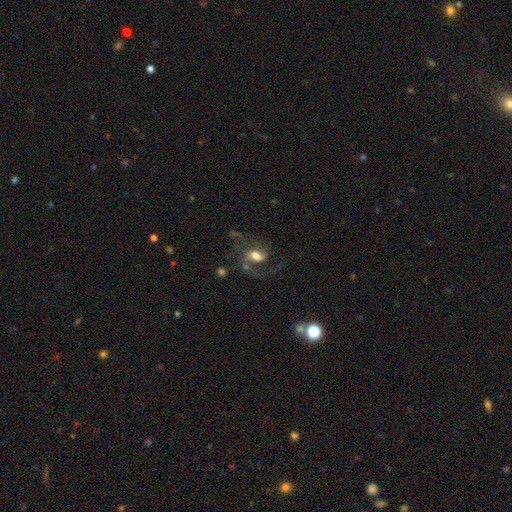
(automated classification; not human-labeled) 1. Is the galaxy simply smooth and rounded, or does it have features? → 70% featured or disk, 20% smooth, 9% star or artifact.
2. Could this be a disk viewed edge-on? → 97% no, 3% yes.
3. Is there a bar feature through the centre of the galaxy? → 47% weak, 36% no, 17% strong.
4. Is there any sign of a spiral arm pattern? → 91% yes, 9% no.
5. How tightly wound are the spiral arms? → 46% loose, 45% medium, 9% tight.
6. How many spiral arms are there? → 75% 2, 12% 1, 5% can't tell, 4% 3, 2% 4, 2% more than 4.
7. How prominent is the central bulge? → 52% moderate, 29% large, 11% small, 4% dominant, 3% none.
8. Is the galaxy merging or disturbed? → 52% none, 26% major disturbance, 16% minor disturbance, 6% merger.